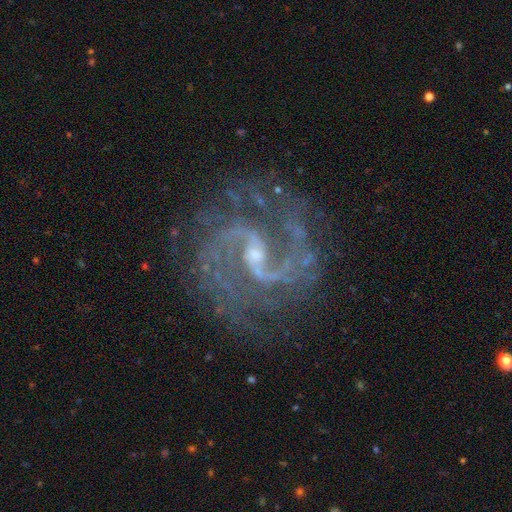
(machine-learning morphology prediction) The model was most divided on "bar": weak: 54%, no: 25%, strong: 21%. More confident: spiral arms — yes (99%); edge-on disk — no (98%); smooth or featured — featured or disk (93%); spiral arm count — 2 (88%); merging — none (73%); bulge size — small (65%); spiral winding — medium (62%).